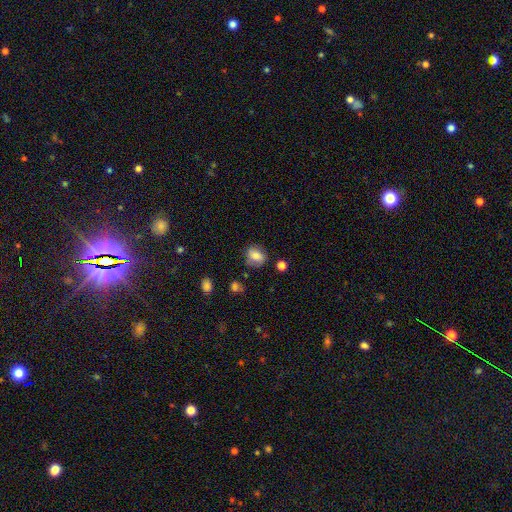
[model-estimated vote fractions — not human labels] Smooth or featured? smooth (74%)
How rounded? round (54%)
Merging? none (75%)